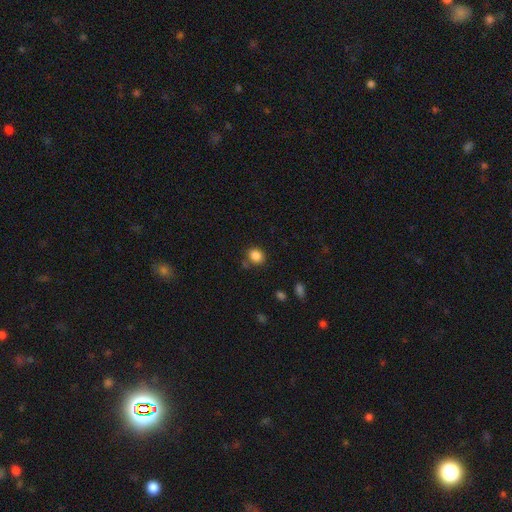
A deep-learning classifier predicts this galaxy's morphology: smooth 85%, star or artifact 10%, featured or disk 4%. Down the decision tree: how rounded — round (65%); merging — none (78%).